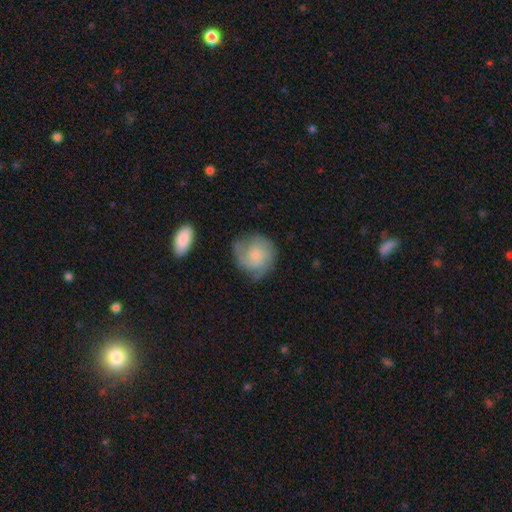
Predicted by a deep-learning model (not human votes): A featured or disk galaxy (54%) with no bar (77%), spiral arms (88%) and a small central bulge (63%). Merging: none (64%).